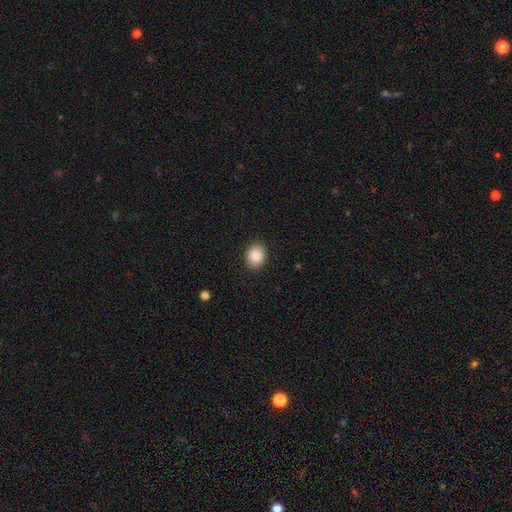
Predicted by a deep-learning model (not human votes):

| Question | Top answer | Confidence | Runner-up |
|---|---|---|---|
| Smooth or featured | smooth | 89% | star or artifact (8%) |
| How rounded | round | 53% | in between (46%) |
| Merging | none | 89% | minor disturbance (7%) |